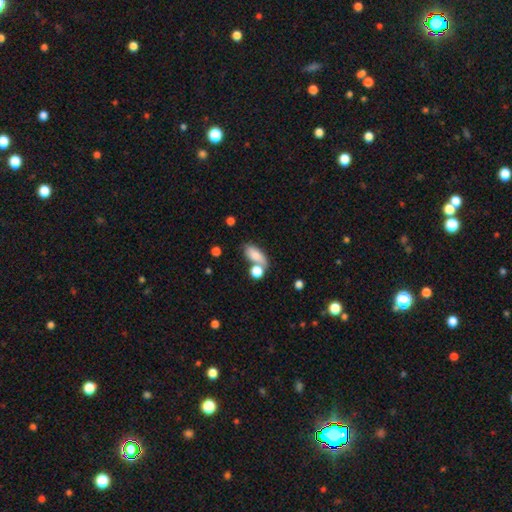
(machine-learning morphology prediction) Q: Smooth or featured?
A: smooth (79%); runner-up: featured or disk (13%)
Q: How rounded?
A: in between (80%); runner-up: cigar-shaped (13%)
Q: Merging?
A: none (49%); runner-up: merger (28%)